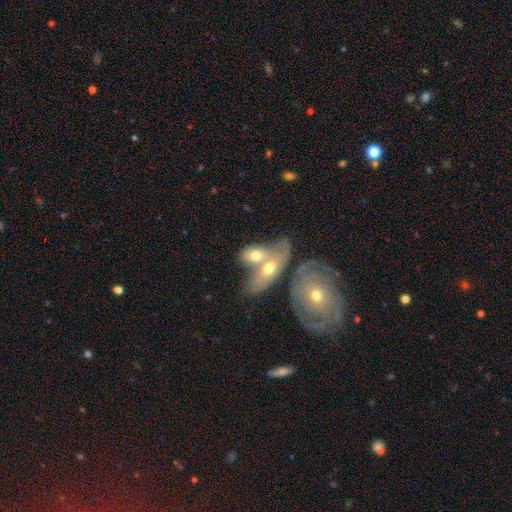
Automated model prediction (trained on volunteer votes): Q: Smooth or featured?
A: smooth (56%); runner-up: featured or disk (37%)
Q: How rounded?
A: in between (81%); runner-up: round (10%)
Q: Merging?
A: merger (66%); runner-up: none (20%)